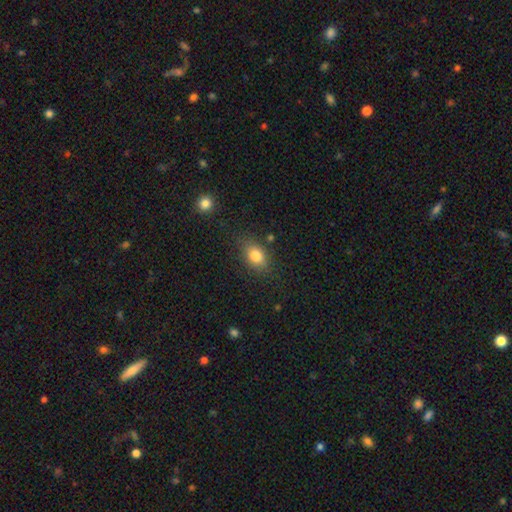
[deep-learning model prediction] The model was most divided on "how rounded": in between: 76%, round: 21%, cigar-shaped: 3%. More confident: smooth or featured — smooth (80%); merging — none (80%).